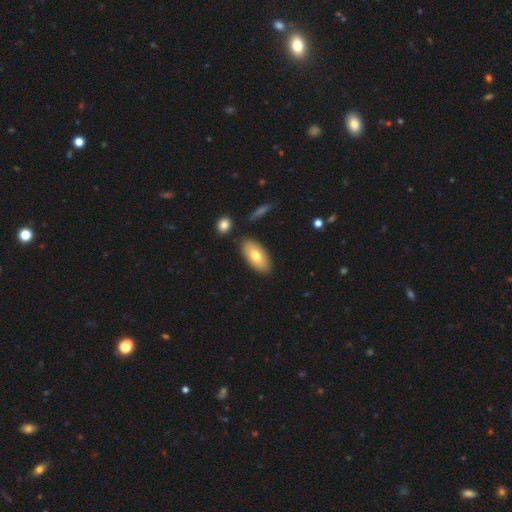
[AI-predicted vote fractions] smooth_or_featured: smooth (p=0.73) [alt: featured or disk p=0.21]
how_rounded: in between (p=0.92) [alt: cigar-shaped p=0.05]
merging: none (p=0.84) [alt: minor disturbance p=0.10]